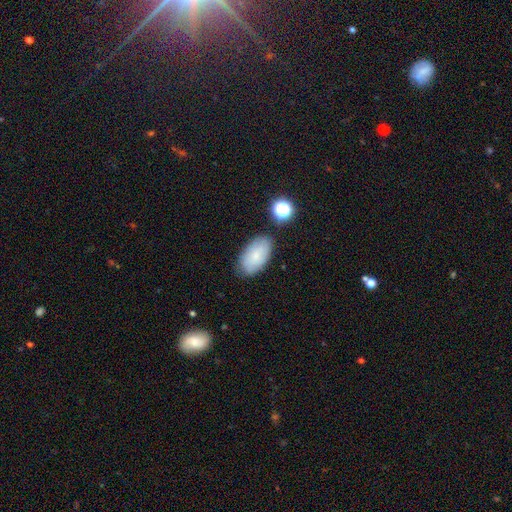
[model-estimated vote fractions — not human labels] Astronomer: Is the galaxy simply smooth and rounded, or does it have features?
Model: smooth — 72%.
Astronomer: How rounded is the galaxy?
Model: in between — 94%.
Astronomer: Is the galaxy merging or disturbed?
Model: none — 78%.